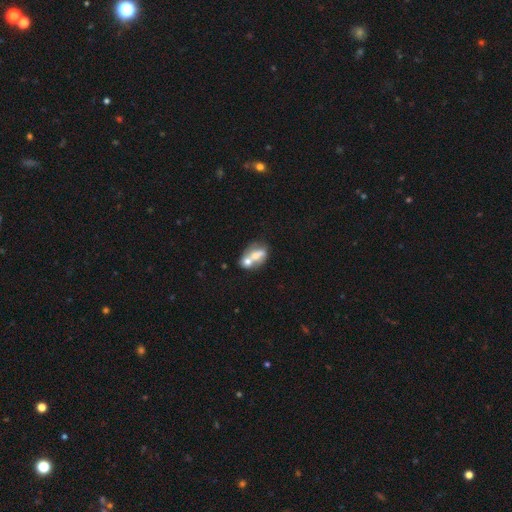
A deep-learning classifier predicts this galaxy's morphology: Q: Smooth or featured?
A: smooth (54%); runner-up: featured or disk (37%)
Q: How rounded?
A: in between (78%); runner-up: round (18%)
Q: Merging?
A: merger (65%); runner-up: none (19%)